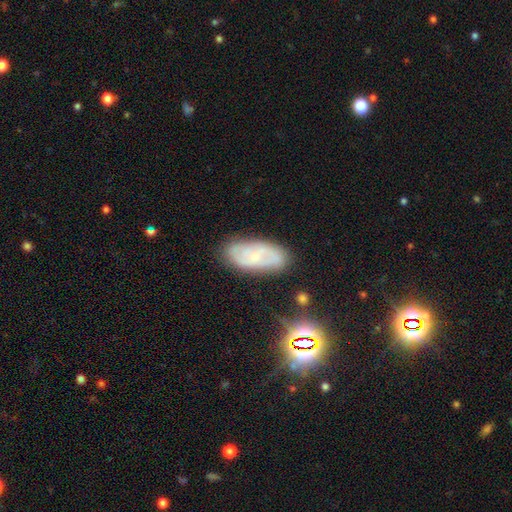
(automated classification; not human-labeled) This appears to be a featured or disk galaxy (53%). Merging: none (78%).